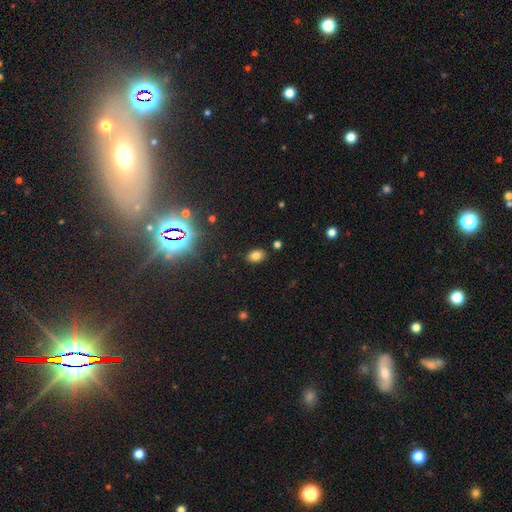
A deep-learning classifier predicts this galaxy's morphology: This appears to be a smooth galaxy with no disk features (78%) that is in between round and cigar-shaped (82%). Merging: none (87%).